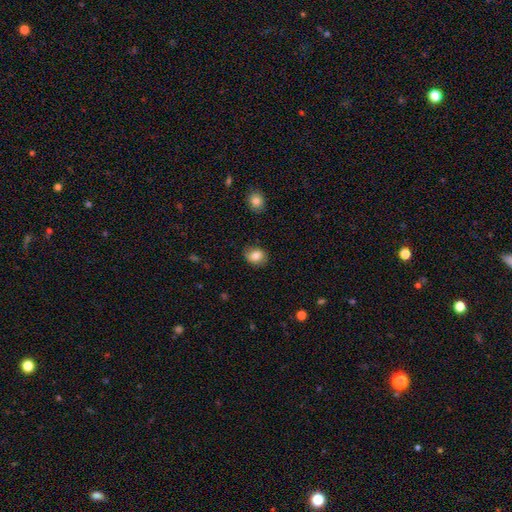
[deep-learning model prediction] Smooth or featured: smooth — 83% (star or artifact — 9%)
How rounded: round — 58% (in between — 41%)
Merging: none — 84% (minor disturbance — 12%)